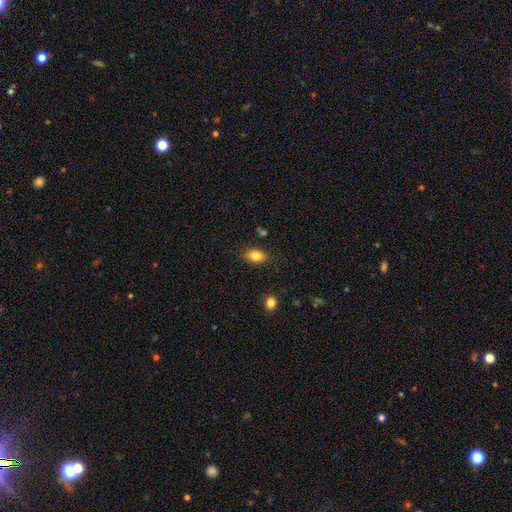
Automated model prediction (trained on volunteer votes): This is clearly a smooth galaxy (83%). How rounded: clearly in between (85%). Merging: clearly none (83%).